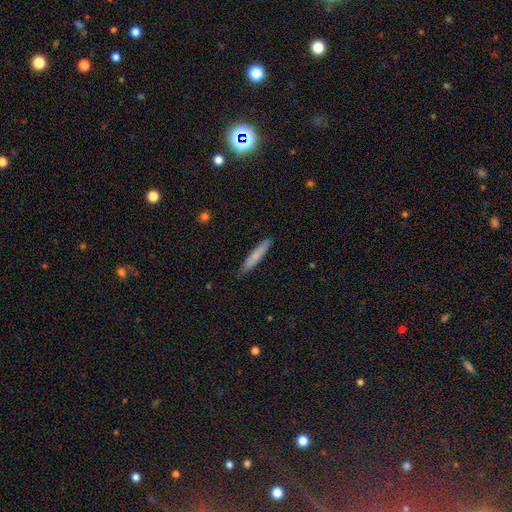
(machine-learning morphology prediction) Smooth or featured?
  - smooth: 76% *
  - featured or disk: 18%
  - star or artifact: 6%
How rounded?
  - cigar-shaped: 93% *
  - in between: 6%
  - round: 1%
Merging?
  - none: 86% *
  - minor disturbance: 11%
  - major disturbance: 2%
  - merger: 1%